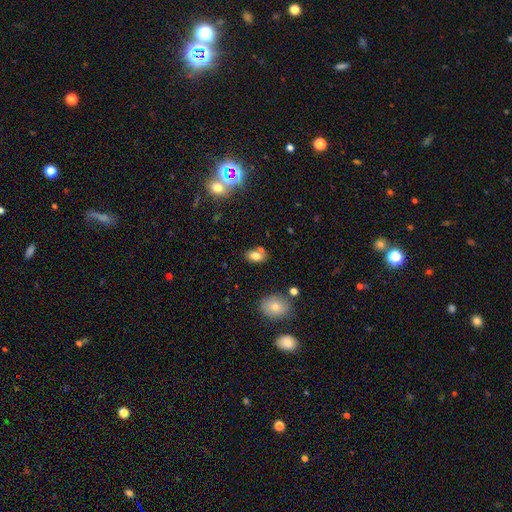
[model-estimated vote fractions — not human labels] A smooth galaxy with no disk features (78%) that is in between round and cigar-shaped (86%). Merging: none (61%).